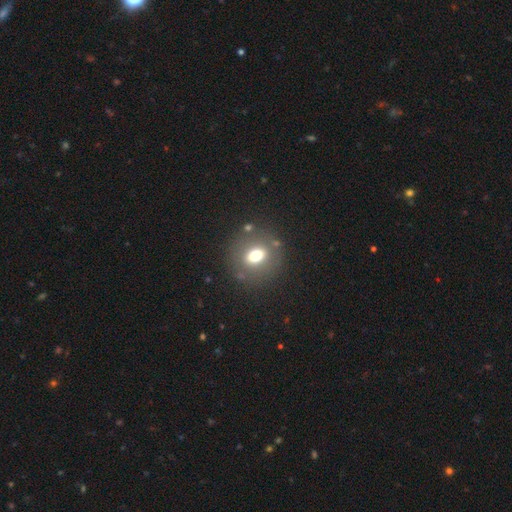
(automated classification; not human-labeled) The model was most divided on "how rounded": round: 57%, in between: 41%, cigar-shaped: 2%. More confident: merging — none (80%); smooth or featured — smooth (68%).